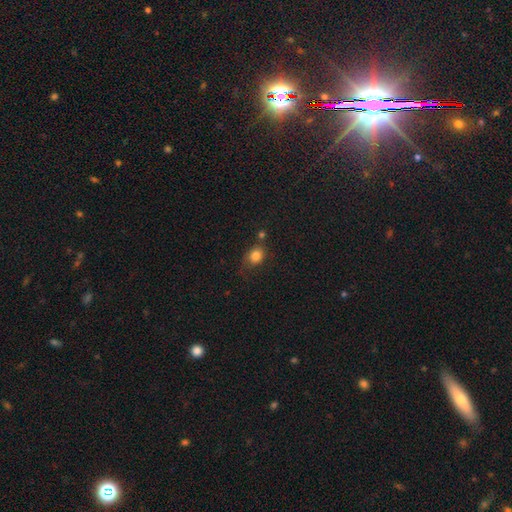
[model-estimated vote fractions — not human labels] Q: Smooth or featured?
A: smooth (82%); runner-up: star or artifact (11%)
Q: How rounded?
A: round (52%); runner-up: in between (47%)
Q: Merging?
A: none (56%); runner-up: minor disturbance (24%)